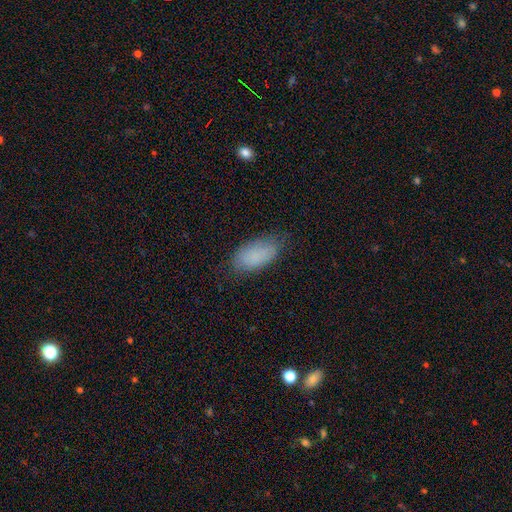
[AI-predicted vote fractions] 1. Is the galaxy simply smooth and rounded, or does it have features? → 85% smooth, 7% featured or disk, 7% star or artifact.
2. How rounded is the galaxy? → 93% in between, 5% cigar-shaped, 3% round.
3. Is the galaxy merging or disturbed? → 73% none, 21% minor disturbance, 5% major disturbance, 1% merger.